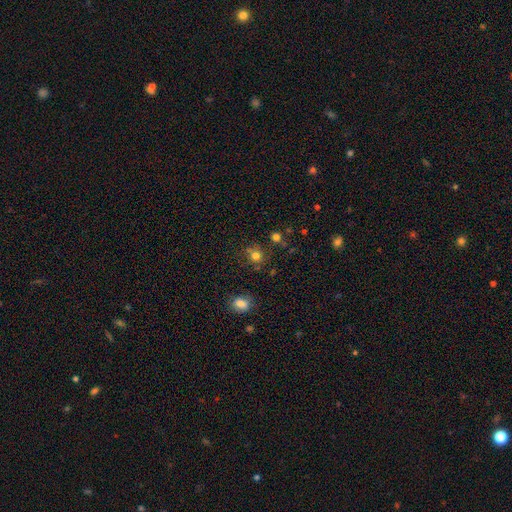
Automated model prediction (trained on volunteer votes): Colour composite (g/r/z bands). It shows a smooth galaxy with no disk features (76%) that is round (82%). Merging: none (69%).